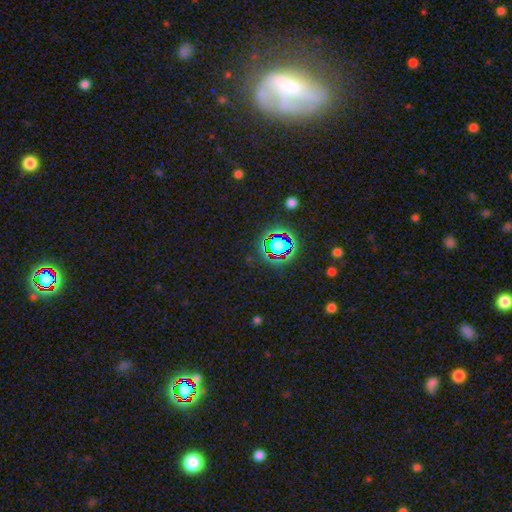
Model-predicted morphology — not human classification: Smooth or featured?
  - star or artifact: 50% *
  - featured or disk: 27%
  - smooth: 23%